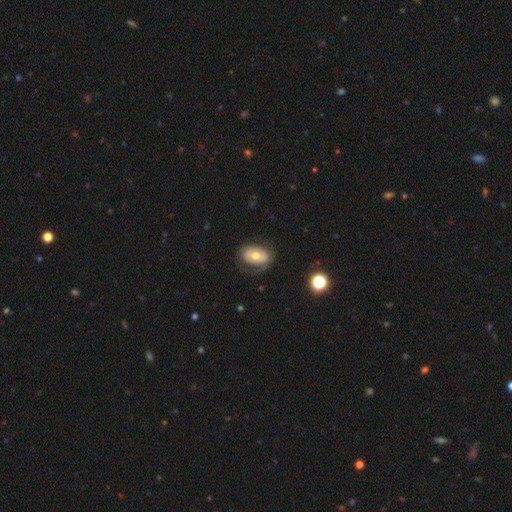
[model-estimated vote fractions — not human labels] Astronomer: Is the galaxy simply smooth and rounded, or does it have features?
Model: featured or disk — 48% (runner-up: smooth, 45%).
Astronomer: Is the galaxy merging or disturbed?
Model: none — 65%.